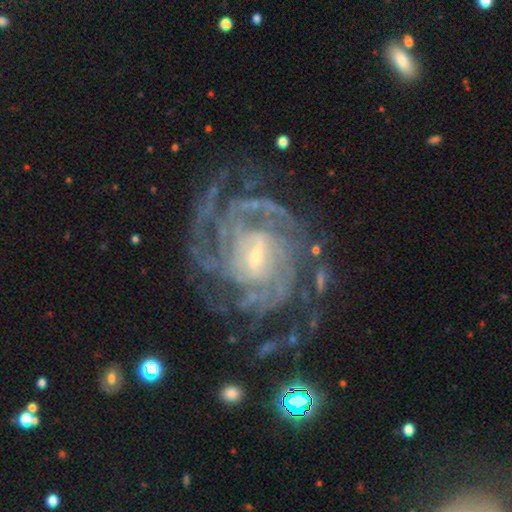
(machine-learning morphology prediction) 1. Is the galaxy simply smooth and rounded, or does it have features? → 91% featured or disk, 5% star or artifact, 4% smooth.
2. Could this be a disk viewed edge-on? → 98% no, 2% yes.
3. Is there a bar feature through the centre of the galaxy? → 54% weak, 25% no, 22% strong.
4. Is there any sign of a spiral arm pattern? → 98% yes, 2% no.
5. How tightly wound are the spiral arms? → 69% tight, 26% medium, 5% loose.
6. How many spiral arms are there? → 28% 4, 23% can't tell, 16% 3, 14% more than 4, 12% 2, 8% 1.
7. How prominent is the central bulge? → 68% small, 24% moderate, 4% none, 3% large, 1% dominant.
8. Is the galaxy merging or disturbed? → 69% none, 17% minor disturbance, 12% major disturbance, 2% merger.